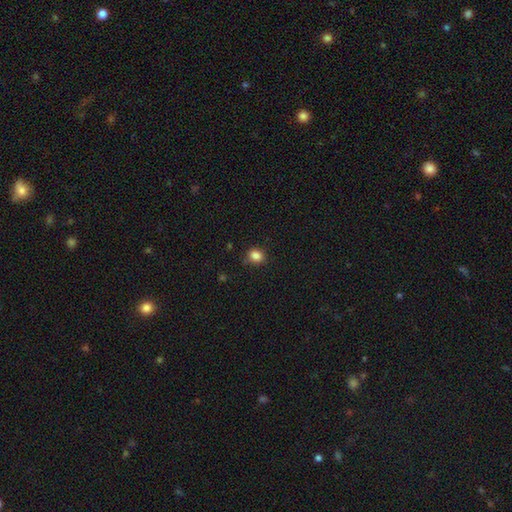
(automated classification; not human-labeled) Smooth or featured?
  - smooth: 85% *
  - star or artifact: 12%
  - featured or disk: 4%
How rounded?
  - round: 71% *
  - in between: 28%
  - cigar-shaped: 1%
Merging?
  - none: 84% *
  - minor disturbance: 12%
  - major disturbance: 3%
  - merger: 2%